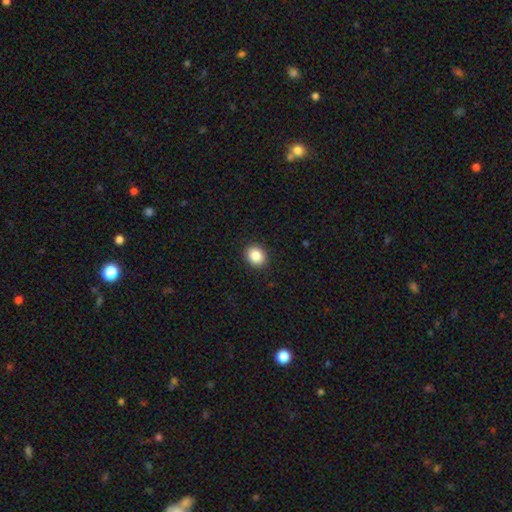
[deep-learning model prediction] The model was most divided on "how rounded": round: 59%, in between: 40%, cigar-shaped: 1%. More confident: merging — none (91%); smooth or featured — smooth (87%).